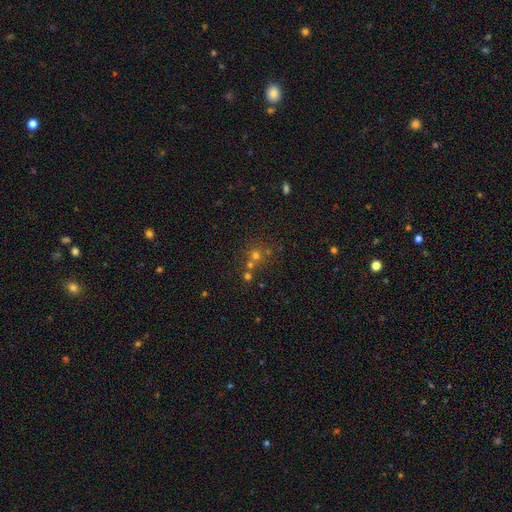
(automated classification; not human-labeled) Morphology: type=smooth (59%); roundness=round (89%); merging=none (58%).